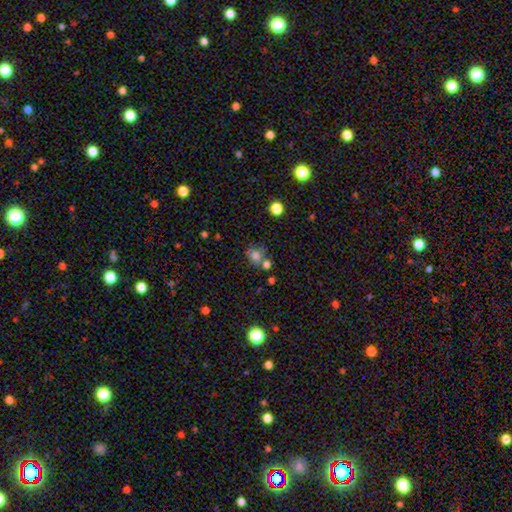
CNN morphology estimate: smooth_or_featured: smooth (p=0.72) [alt: star or artifact p=0.15]
how_rounded: round (p=0.76) [alt: in between p=0.23]
merging: none (p=0.54) [alt: merger p=0.27]